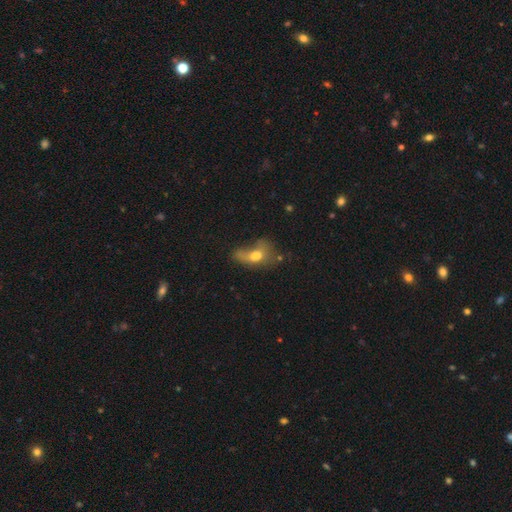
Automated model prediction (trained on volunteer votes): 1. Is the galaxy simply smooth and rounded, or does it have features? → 62% smooth, 26% featured or disk, 12% star or artifact.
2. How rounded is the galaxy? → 75% in between, 19% round, 5% cigar-shaped.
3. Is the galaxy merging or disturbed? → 43% major disturbance, 23% none, 22% minor disturbance, 12% merger.